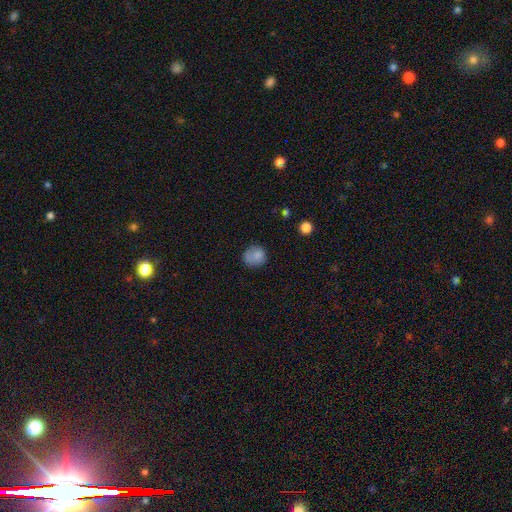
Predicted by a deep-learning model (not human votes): Smooth or featured?
  - smooth: 80% *
  - star or artifact: 10%
  - featured or disk: 10%
How rounded?
  - round: 80% *
  - in between: 19%
  - cigar-shaped: 1%
Merging?
  - none: 66% *
  - minor disturbance: 22%
  - major disturbance: 9%
  - merger: 3%